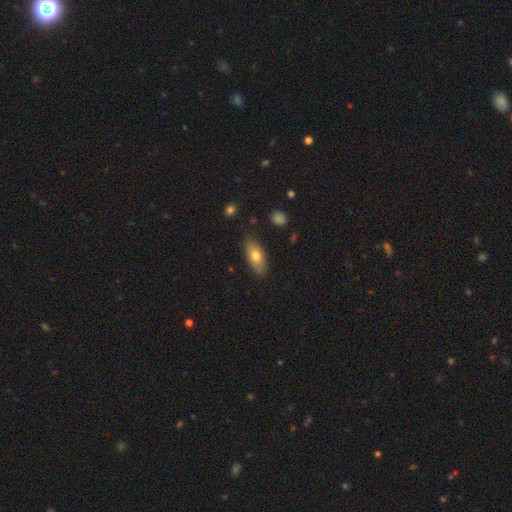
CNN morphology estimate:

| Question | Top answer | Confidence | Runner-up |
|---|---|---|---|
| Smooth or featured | smooth | 70% | featured or disk (24%) |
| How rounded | in between | 76% | cigar-shaped (20%) |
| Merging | none | 82% | minor disturbance (14%) |